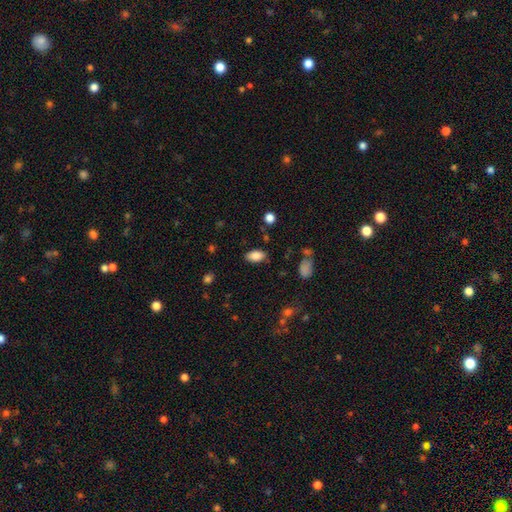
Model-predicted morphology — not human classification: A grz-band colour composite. It shows a smooth galaxy with no disk features (86%) that is in between round and cigar-shaped (93%). Merging: none (83%).